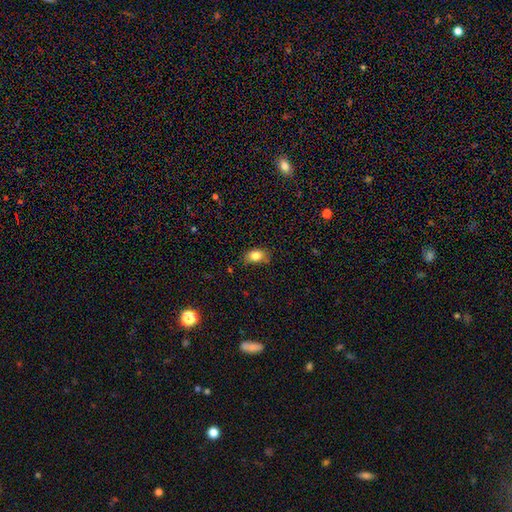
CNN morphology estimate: Smooth or featured? smooth (83%)
How rounded? in between (82%)
Merging? none (77%)